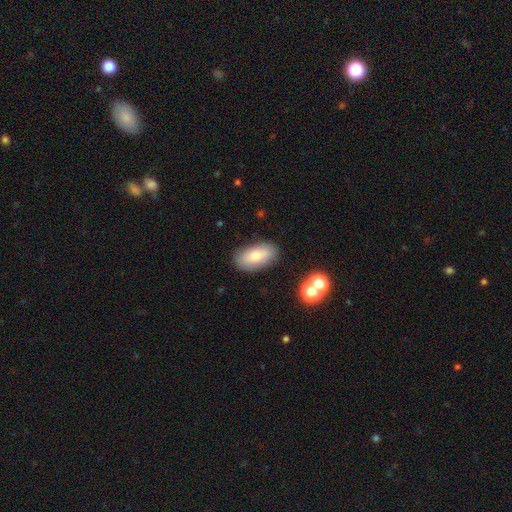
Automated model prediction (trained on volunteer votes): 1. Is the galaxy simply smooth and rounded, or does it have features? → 69% smooth, 22% featured or disk, 8% star or artifact.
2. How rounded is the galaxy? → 92% in between, 5% round, 3% cigar-shaped.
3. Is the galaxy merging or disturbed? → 84% none, 10% minor disturbance, 3% major disturbance, 3% merger.